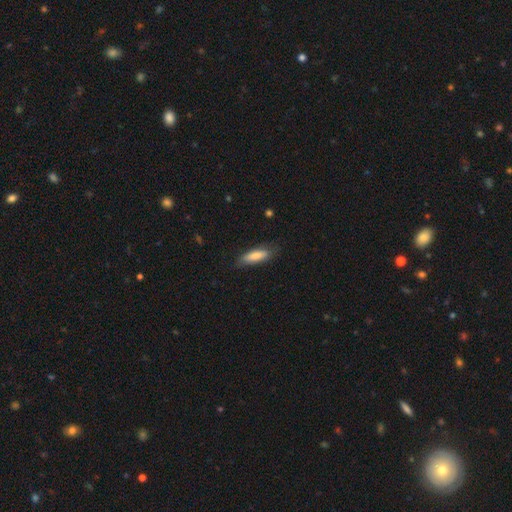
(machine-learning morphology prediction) Overall: smooth (79%). How rounded: cigar-shaped (52%; in between 47%). Merging: none (77%).